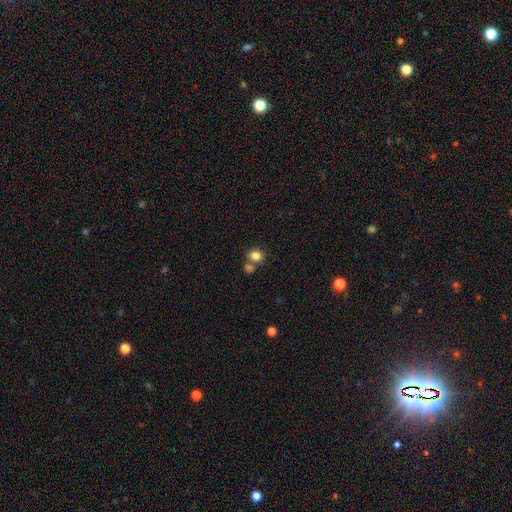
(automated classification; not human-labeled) The model was most divided on "merging": none: 59%, merger: 27%, minor disturbance: 10%, major disturbance: 4%. More confident: smooth or featured — smooth (82%); how rounded — round (76%).